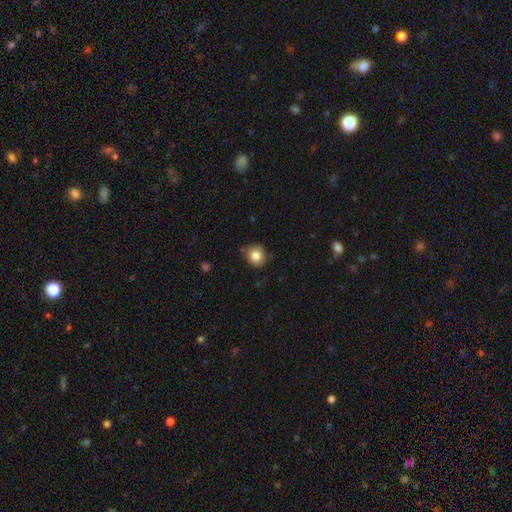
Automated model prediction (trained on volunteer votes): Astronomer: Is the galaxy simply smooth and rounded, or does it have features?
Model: smooth — 83%.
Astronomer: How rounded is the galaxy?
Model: round — 85%.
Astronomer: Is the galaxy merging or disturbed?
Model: none — 78%.